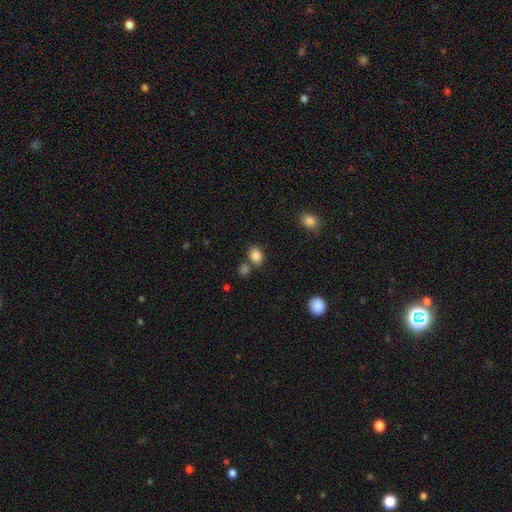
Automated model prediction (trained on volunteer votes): A smooth galaxy with no disk features (85%) that is in between round and cigar-shaped (63%).

Vote fractions:
- Smooth or featured? smooth: 85% / star or artifact: 10% / featured or disk: 5%
- How rounded? in between: 63% / round: 36% / cigar-shaped: 1%
- Merging? none: 67% / merger: 18% / minor disturbance: 12% / major disturbance: 4%